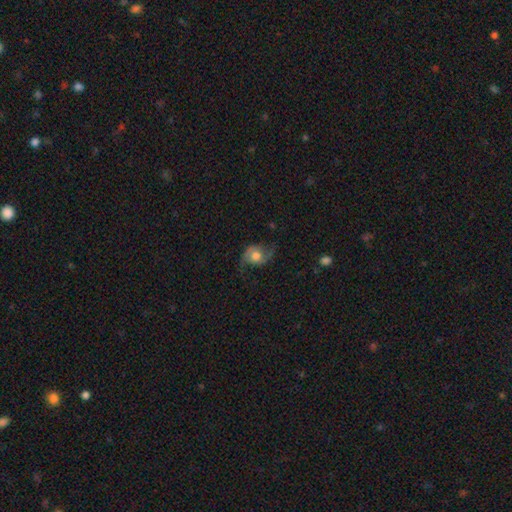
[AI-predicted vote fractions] This appears to be a featured or disk galaxy (68%) with no bar (73%), 2 (91%) loose (63%) spiral arms (92%) and a moderate central bulge (64%). Merging: none (65%).